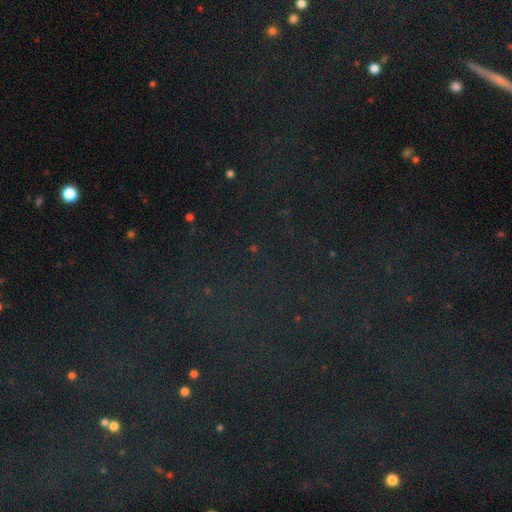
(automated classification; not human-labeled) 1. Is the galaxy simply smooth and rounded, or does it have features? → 81% star or artifact, 11% smooth, 8% featured or disk.